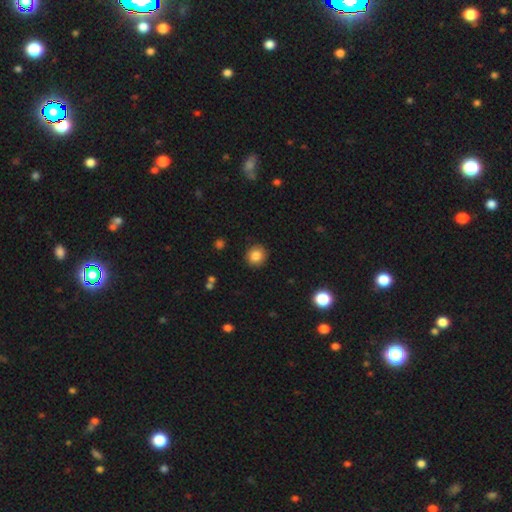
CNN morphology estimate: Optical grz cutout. It shows a smooth galaxy with no disk features (85%) that is round (89%). Merging: none (90%).